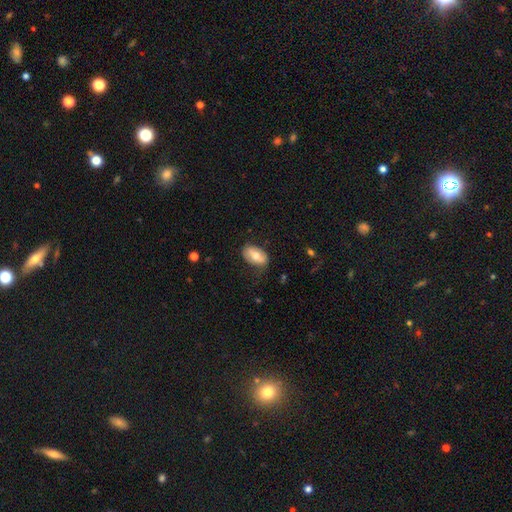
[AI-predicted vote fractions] Smooth or featured: smooth — 64% (featured or disk — 29%)
How rounded: in between — 93% (round — 6%)
Merging: none — 72% (minor disturbance — 21%)